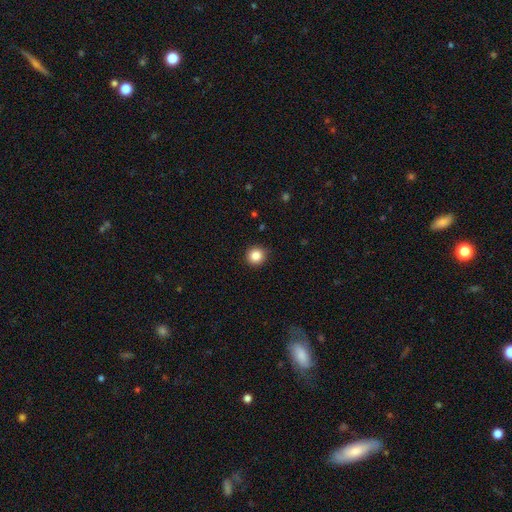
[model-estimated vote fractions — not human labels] The model was most divided on "smooth or featured": smooth: 85%, star or artifact: 10%, featured or disk: 5%. More confident: how rounded — round (94%); merging — none (92%).